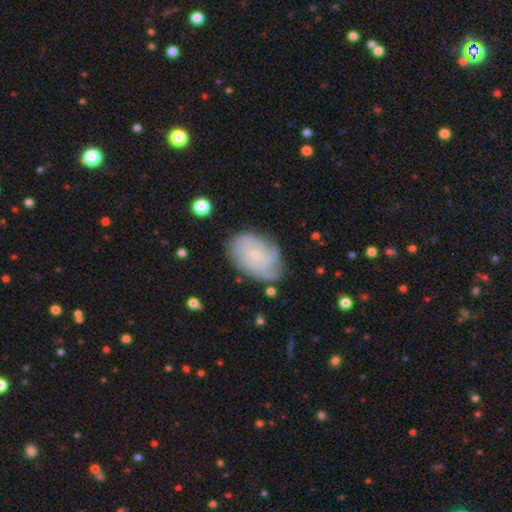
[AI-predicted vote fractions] smooth-or-featured: featured or disk: 65% | smooth: 28% | star or artifact: 7%
  disk-edge-on: no: 96% | yes: 4%
    bar: no: 80% | weak: 17% | strong: 2%
    has-spiral-arms: yes: 84% | no: 16%
      spiral-winding: tight: 63% | medium: 27% | loose: 10%
      spiral-arm-count: can't tell: 49% | 3: 14% | 4: 14% | 2: 13% | more than 4: 6% | 1: 5%
    bulge-size: small: 83% | moderate: 13% | none: 2% | large: 1% | dominant: 1%
  merging: none: 72% | minor disturbance: 20% | major disturbance: 6% | merger: 2%